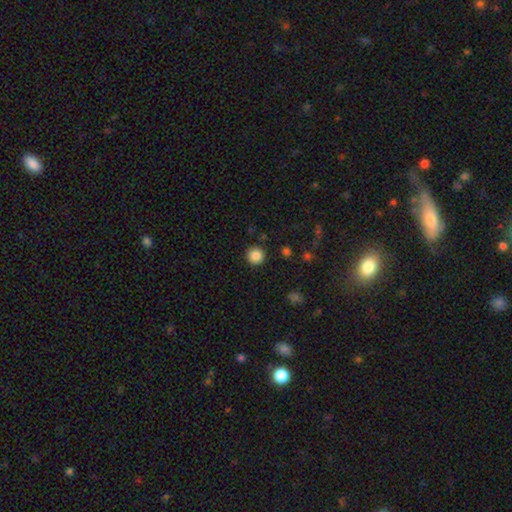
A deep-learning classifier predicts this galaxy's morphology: A smooth galaxy with no disk features (86%) that is round (95%).

Vote fractions:
- Smooth or featured? smooth: 86% / star or artifact: 10% / featured or disk: 4%
- How rounded? round: 95% / in between: 4% / cigar-shaped: 1%
- Merging? none: 92% / minor disturbance: 5% / major disturbance: 2% / merger: 1%